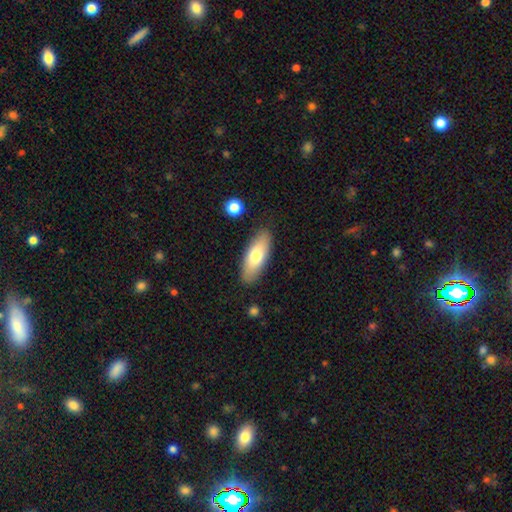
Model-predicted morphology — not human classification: This is likely a smooth galaxy (72%). How rounded: likely in between (71%). Merging: clearly none (87%).